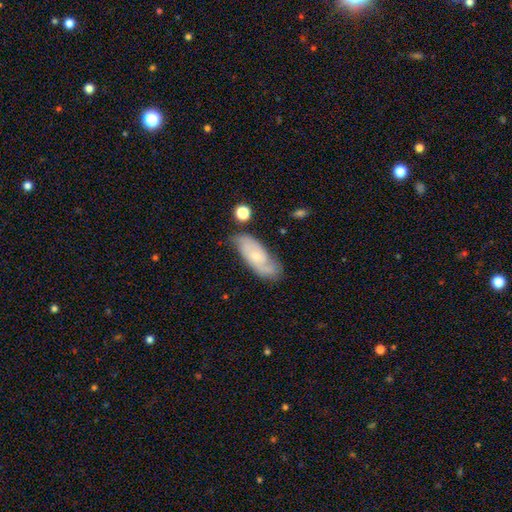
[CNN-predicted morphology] This is likely a featured or disk galaxy (60%). It is clearly not viewed edge-on (89%). Bar: likely no (73%). Spiral arm pattern: clearly yes (85%). Central bulge: likely small (66%). Merging: likely none (61%).